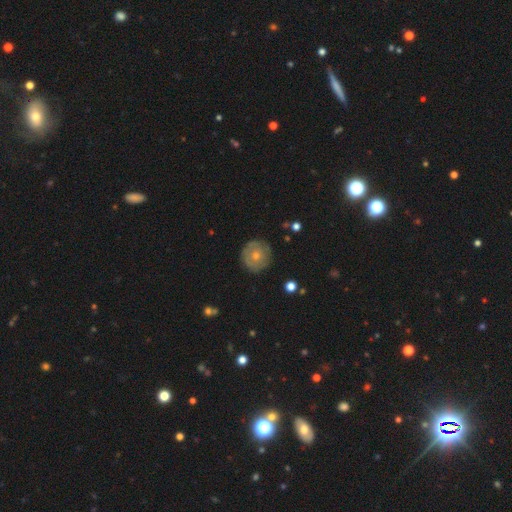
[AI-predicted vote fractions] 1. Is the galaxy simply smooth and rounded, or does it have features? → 51% smooth, 41% featured or disk, 8% star or artifact.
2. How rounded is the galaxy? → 93% round, 6% in between, 1% cigar-shaped.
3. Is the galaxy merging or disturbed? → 82% none, 13% minor disturbance, 3% major disturbance, 1% merger.